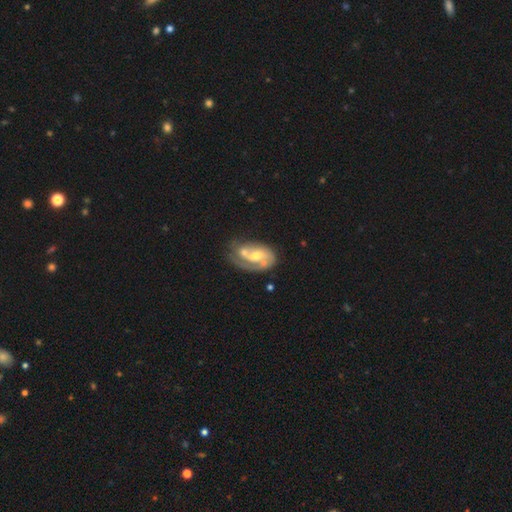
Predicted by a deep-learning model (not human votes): Overall: featured or disk (71%). Edge-on disk: no (97%). Bar: no (51%; weak 39%). Spiral arms: yes (81%). Spiral arm count: 1 (47%; 2 33%). Spiral winding: medium (40%; tight 37%). Bulge size: moderate (51%; small 37%). Merging: none (36%; merger 23%).